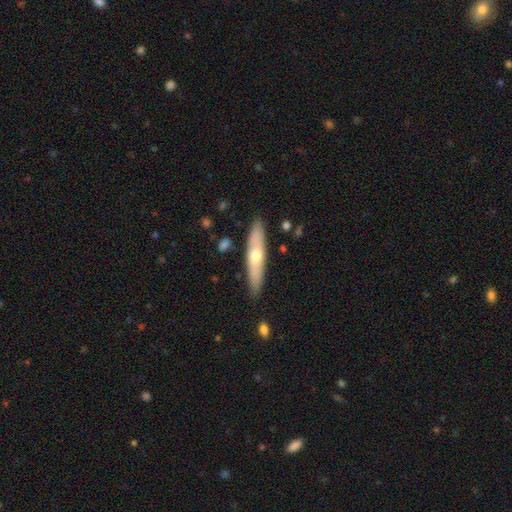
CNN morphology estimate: smooth_or_featured: smooth (p=0.49) [alt: featured or disk p=0.45]
merging: none (p=0.87) [alt: minor disturbance p=0.10]